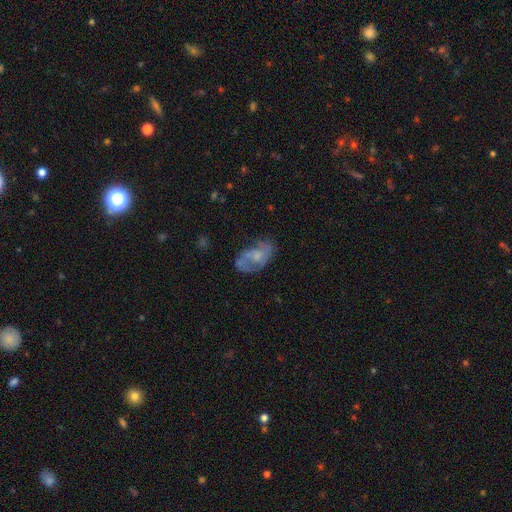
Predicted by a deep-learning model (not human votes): Smooth or featured: featured or disk — 65% (smooth — 27%)
Edge-on disk: no — 96% (yes — 4%)
Bar: no — 69% (weak — 27%)
Spiral arms: yes — 77% (no — 23%)
Bulge size: small — 39% (moderate — 37%)
Merging: none — 59% (minor disturbance — 23%)